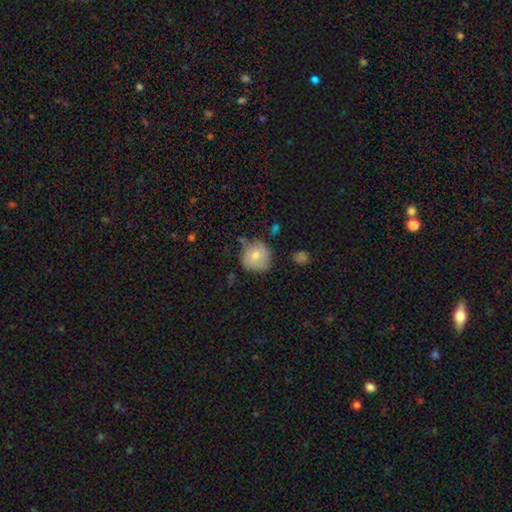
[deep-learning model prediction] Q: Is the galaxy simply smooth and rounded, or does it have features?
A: smooth — 74%.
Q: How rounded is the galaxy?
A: round — 89%.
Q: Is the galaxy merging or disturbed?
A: none — 63%.